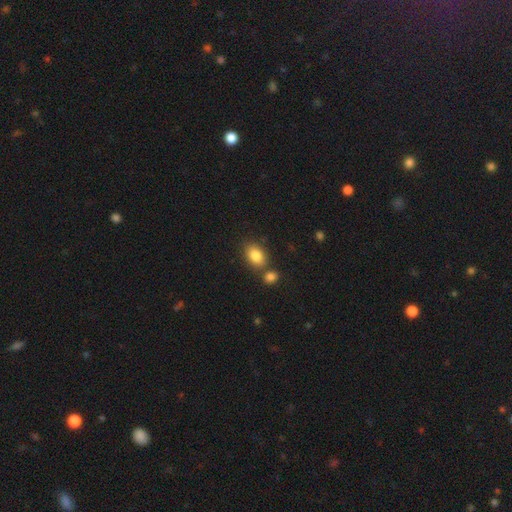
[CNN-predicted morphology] A smooth galaxy with no disk features (84%) that is in between round and cigar-shaped (80%).

Vote fractions:
- Smooth or featured? smooth: 84% / star or artifact: 9% / featured or disk: 7%
- How rounded? in between: 80% / round: 19% / cigar-shaped: 1%
- Merging? none: 66% / merger: 20% / minor disturbance: 11% / major disturbance: 3%